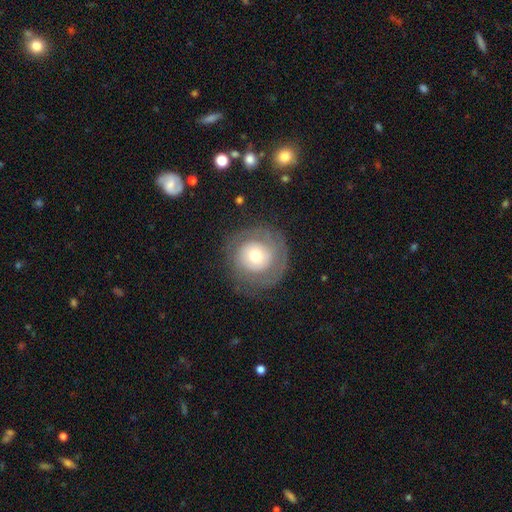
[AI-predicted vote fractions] Smooth or featured?
  - featured or disk: 53% *
  - smooth: 40%
  - star or artifact: 8%
Edge-on disk?
  - no: 97% *
  - yes: 3%
Bar?
  - no: 83% *
  - weak: 13%
  - strong: 4%
Spiral arms?
  - yes: 60% *
  - no: 40%
Bulge size?
  - moderate: 52% *
  - small: 29%
  - large: 15%
  - dominant: 2%
  - none: 1%
Merging?
  - none: 75% *
  - minor disturbance: 14%
  - major disturbance: 9%
  - merger: 1%